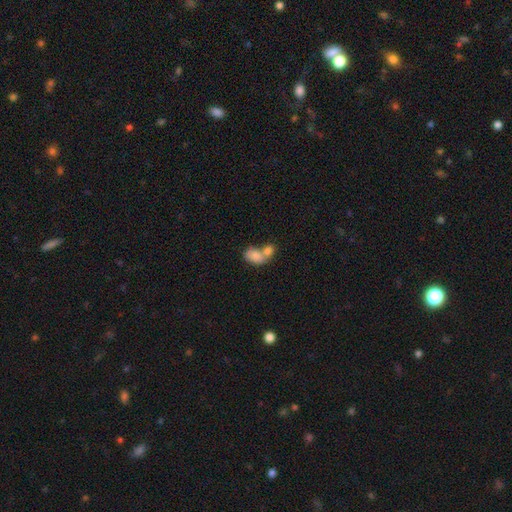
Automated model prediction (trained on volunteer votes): Morphology: type=smooth (78%); roundness=in between (73%); merging=merger (71%).